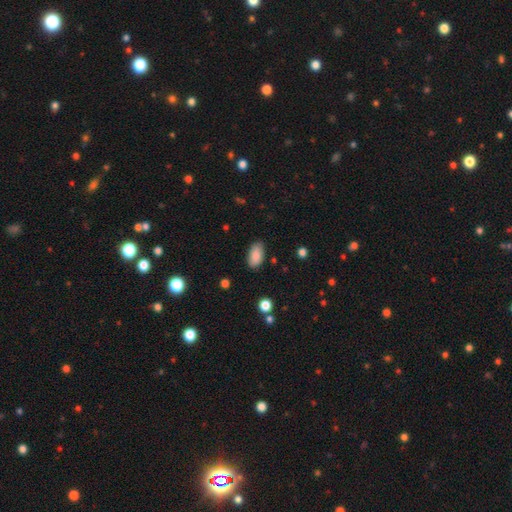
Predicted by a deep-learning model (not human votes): smooth_or_featured: smooth (p=0.87) [alt: star or artifact p=0.07]
how_rounded: in between (p=0.94) [alt: round p=0.04]
merging: none (p=0.83) [alt: minor disturbance p=0.13]